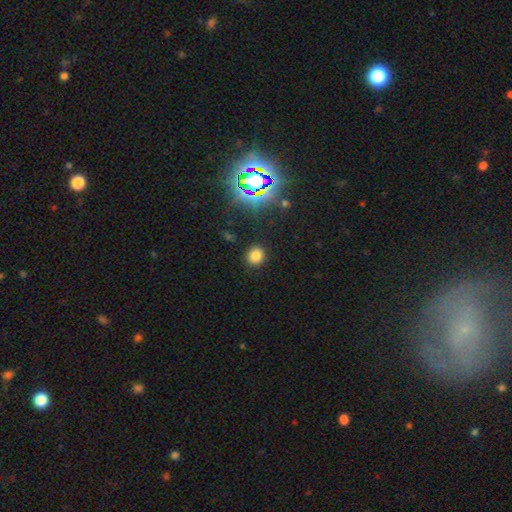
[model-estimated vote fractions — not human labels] smooth_or_featured: smooth (p=0.75) [alt: star or artifact p=0.19]
how_rounded: round (p=0.85) [alt: in between p=0.13]
merging: none (p=0.89) [alt: minor disturbance p=0.07]